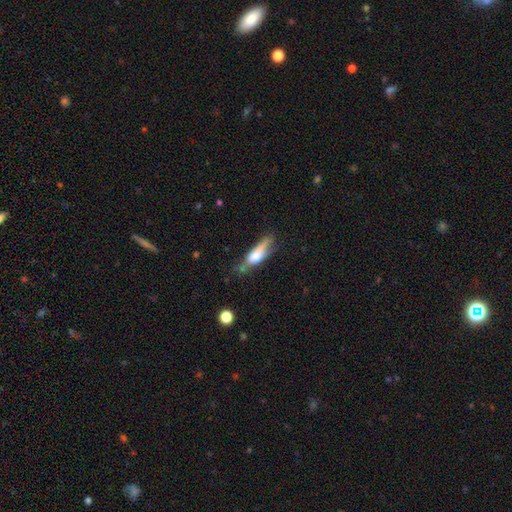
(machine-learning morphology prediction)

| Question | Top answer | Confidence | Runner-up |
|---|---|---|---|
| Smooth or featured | smooth | 53% | featured or disk (39%) |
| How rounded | cigar-shaped | 58% | in between (39%) |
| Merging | none | 44% | minor disturbance (32%) |